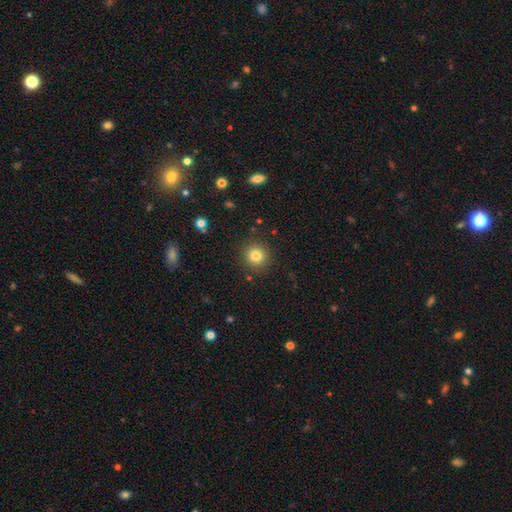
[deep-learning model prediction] Overall: smooth (82%). How rounded: round (94%). Merging: none (90%).